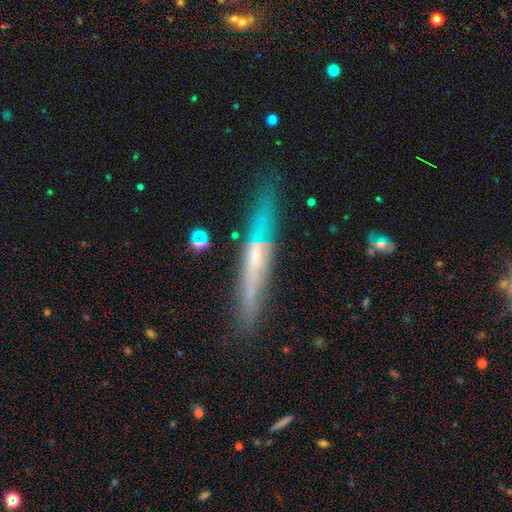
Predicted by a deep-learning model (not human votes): smooth-or-featured: featured or disk: 61% | smooth: 30% | star or artifact: 9%
  disk-edge-on: yes: 89% | no: 11%
    edge-on-bulge: none: 56% | rounded: 32% | boxy: 12%
  merging: none: 78% | minor disturbance: 15% | major disturbance: 4% | merger: 3%